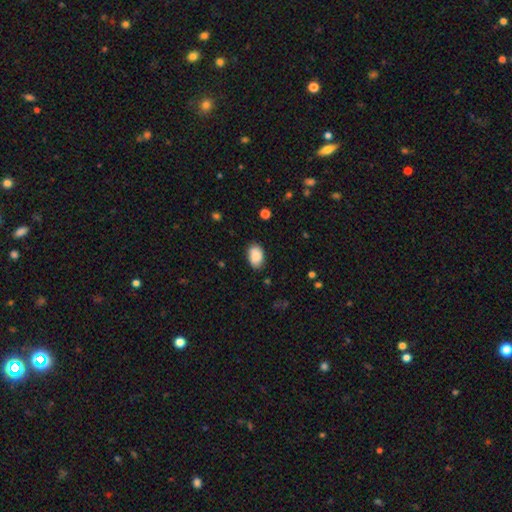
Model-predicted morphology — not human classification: smooth 88%, star or artifact 7%, featured or disk 6%. Down the decision tree: how rounded — in between (89%); merging — none (84%).